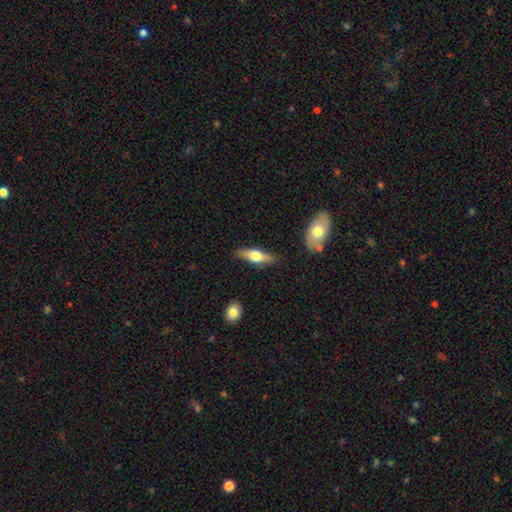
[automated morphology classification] Smooth or featured?
  - smooth: 48% *
  - featured or disk: 46%
  - star or artifact: 5%
Merging?
  - none: 85% *
  - minor disturbance: 11%
  - major disturbance: 2%
  - merger: 2%